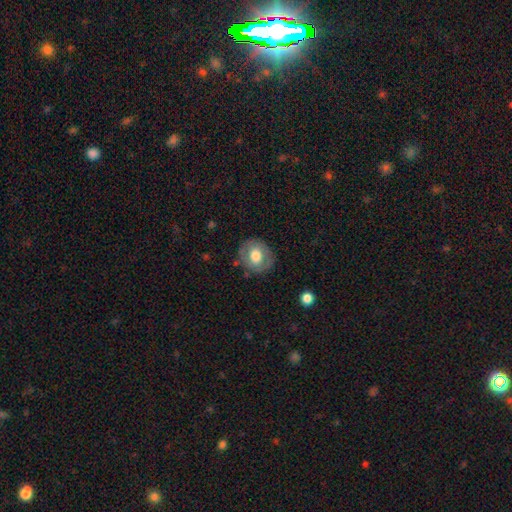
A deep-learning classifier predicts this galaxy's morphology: smooth-or-featured: smooth: 61% | featured or disk: 32% | star or artifact: 7%
  how-rounded: round: 74% | in between: 25% | cigar-shaped: 1%
  merging: none: 81% | minor disturbance: 13% | major disturbance: 5% | merger: 1%